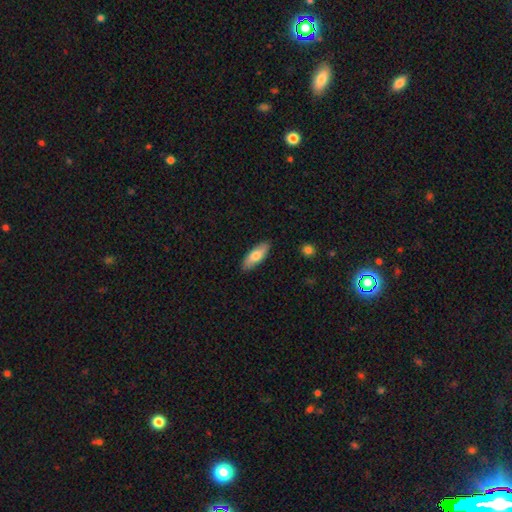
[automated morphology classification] The model was most divided on "how rounded": in between: 67%, cigar-shaped: 30%, round: 2%. More confident: merging — none (88%); smooth or featured — smooth (72%).